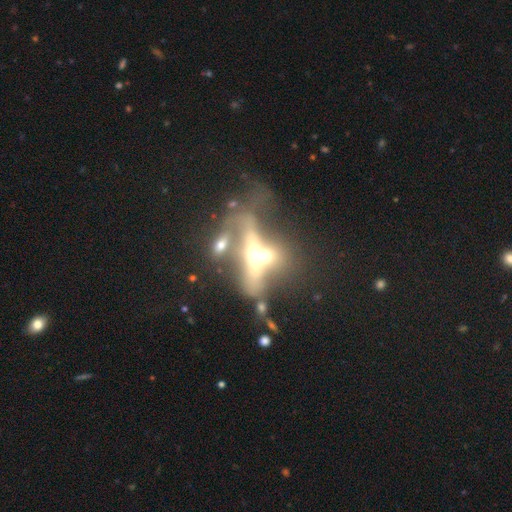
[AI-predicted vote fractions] A featured or disk galaxy (65%) viewed edge-on (51%).

Vote fractions:
- Smooth or featured? featured or disk: 65% / smooth: 21% / star or artifact: 14%
- Edge-on disk? yes: 51% / no: 49%
- Merging? merger: 54% / major disturbance: 21% / none: 16% / minor disturbance: 9%